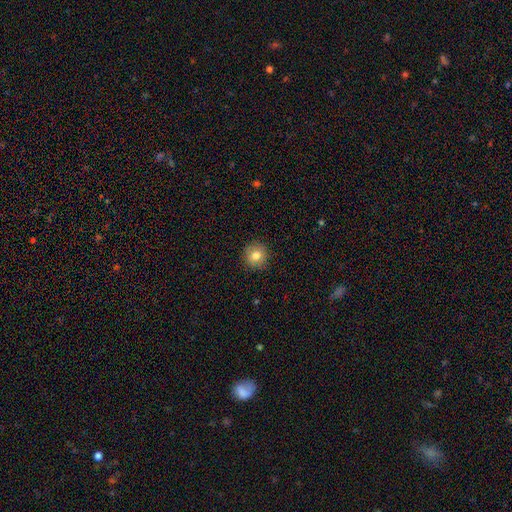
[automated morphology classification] type=smooth (82%); roundness=round (91%); merging=none (90%).